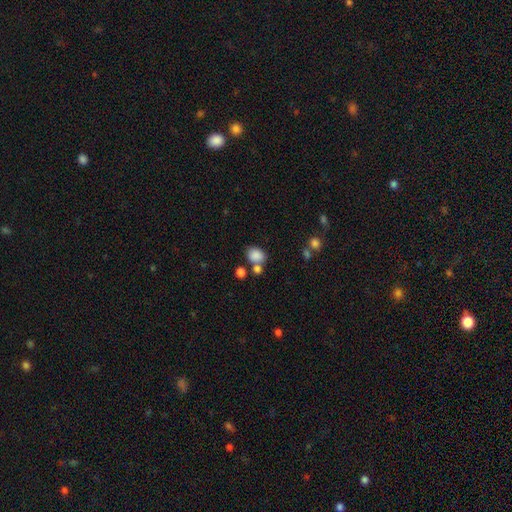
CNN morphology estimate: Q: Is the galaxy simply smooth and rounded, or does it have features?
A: smooth — 84%.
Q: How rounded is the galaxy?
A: in between — 62%.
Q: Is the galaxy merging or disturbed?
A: none — 55%.